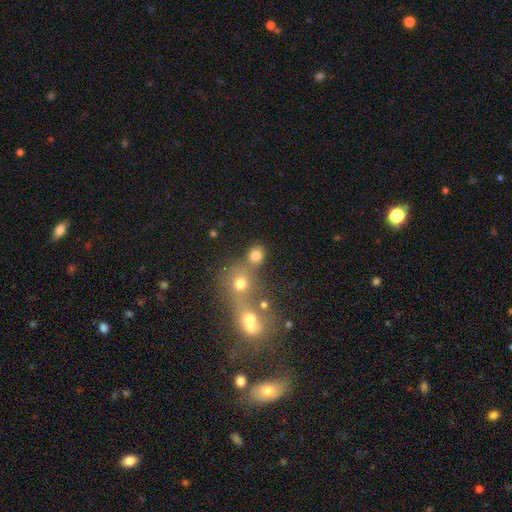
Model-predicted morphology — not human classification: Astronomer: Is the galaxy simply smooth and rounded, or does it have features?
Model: smooth — 76%.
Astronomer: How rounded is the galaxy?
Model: round — 81%.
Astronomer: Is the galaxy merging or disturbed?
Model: none — 58%.